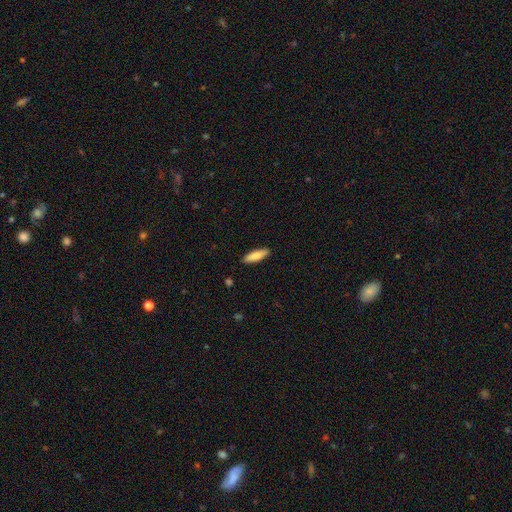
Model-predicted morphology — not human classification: smooth-or-featured: smooth: 82% | featured or disk: 12% | star or artifact: 6%
  how-rounded: cigar-shaped: 53% | in between: 45% | round: 2%
  merging: none: 89% | minor disturbance: 8% | major disturbance: 2% | merger: 1%